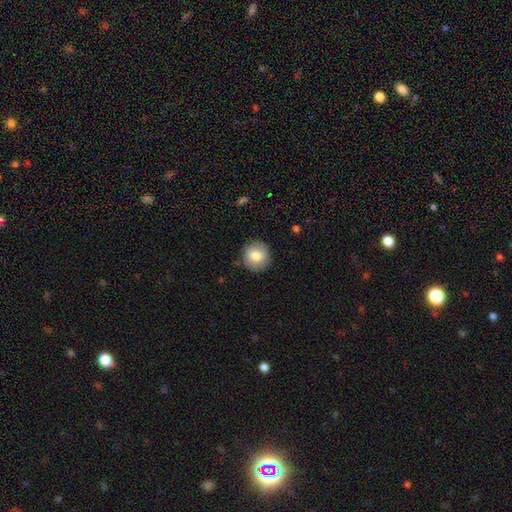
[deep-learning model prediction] This is clearly a smooth galaxy (81%). How rounded: clearly round (92%). Merging: clearly none (87%).